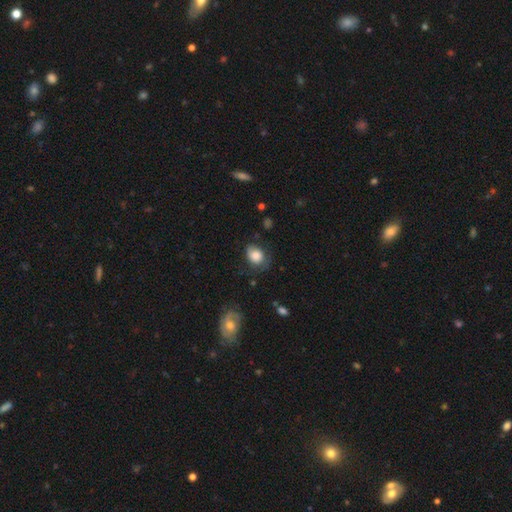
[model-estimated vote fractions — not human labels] smooth 74%, featured or disk 18%, star or artifact 8%. Down the decision tree: how rounded — in between (50%); merging — none (51%).